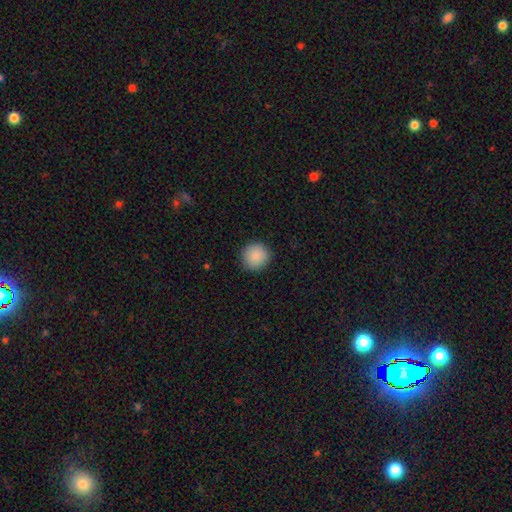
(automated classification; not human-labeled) A smooth galaxy with no disk features (88%) that is round (95%).

Vote fractions:
- Smooth or featured? smooth: 88% / star or artifact: 8% / featured or disk: 4%
- How rounded? round: 95% / in between: 4% / cigar-shaped: 1%
- Merging? none: 91% / minor disturbance: 6% / major disturbance: 2% / merger: 1%